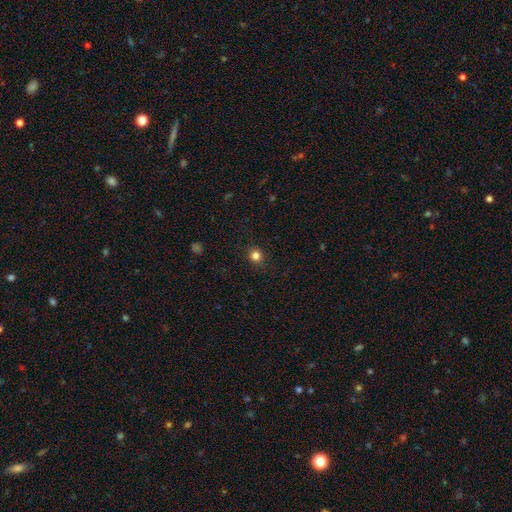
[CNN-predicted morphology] Smooth or featured?
  - smooth: 82% *
  - star or artifact: 13%
  - featured or disk: 5%
How rounded?
  - round: 85% *
  - in between: 14%
  - cigar-shaped: 1%
Merging?
  - none: 89% *
  - minor disturbance: 7%
  - major disturbance: 2%
  - merger: 1%